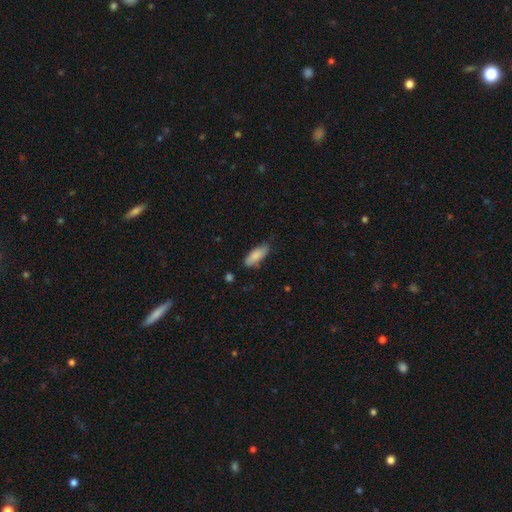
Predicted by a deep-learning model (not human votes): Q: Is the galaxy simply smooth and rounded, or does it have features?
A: smooth — 85%.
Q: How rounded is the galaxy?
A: in between — 70%.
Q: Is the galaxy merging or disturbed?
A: none — 73%.